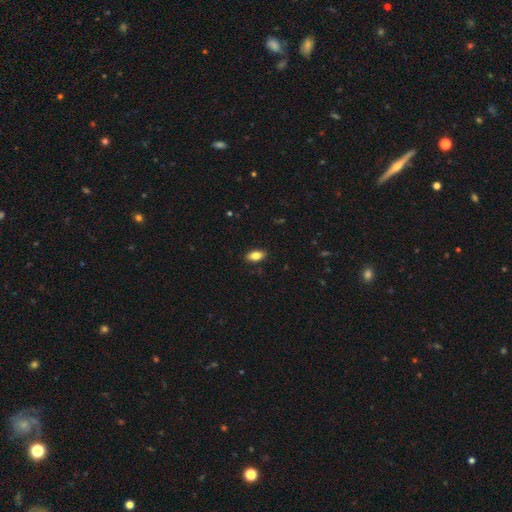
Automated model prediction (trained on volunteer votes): The model was most divided on "smooth or featured": smooth: 81%, featured or disk: 11%, star or artifact: 7%. More confident: how rounded — in between (90%); merging — none (88%).